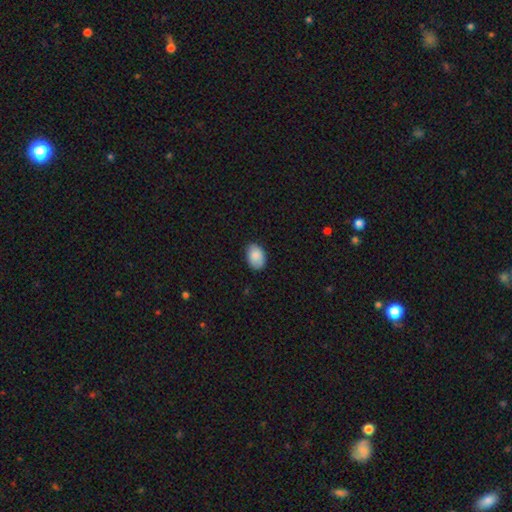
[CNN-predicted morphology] smooth-or-featured: smooth: 88% | star or artifact: 7% | featured or disk: 6%
  how-rounded: in between: 85% | round: 14% | cigar-shaped: 1%
  merging: none: 82% | minor disturbance: 15% | major disturbance: 2% | merger: 1%